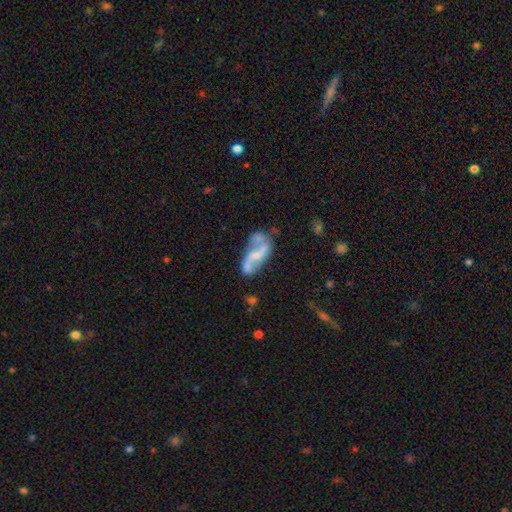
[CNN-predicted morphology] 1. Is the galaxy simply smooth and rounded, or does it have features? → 75% featured or disk, 18% smooth, 7% star or artifact.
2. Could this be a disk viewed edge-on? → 95% no, 5% yes.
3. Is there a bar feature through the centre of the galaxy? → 42% no, 38% weak, 20% strong.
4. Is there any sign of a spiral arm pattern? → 80% yes, 20% no.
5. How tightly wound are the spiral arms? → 76% loose, 19% medium, 5% tight.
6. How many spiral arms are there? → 88% 2, 5% can't tell, 4% 1, 1% 3, 1% 4, 1% more than 4.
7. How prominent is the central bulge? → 40% small, 33% none, 23% moderate, 3% large, 1% dominant.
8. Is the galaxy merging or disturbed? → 45% none, 20% minor disturbance, 19% merger, 15% major disturbance.